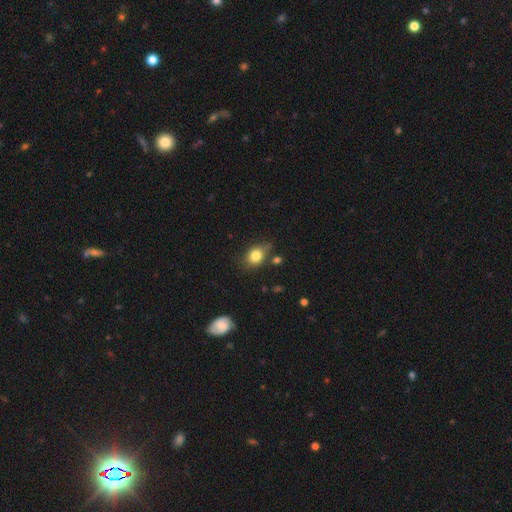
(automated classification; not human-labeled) This appears to be a smooth galaxy with no disk features (81%) that is in between round and cigar-shaped (52%). Merging: none (66%).